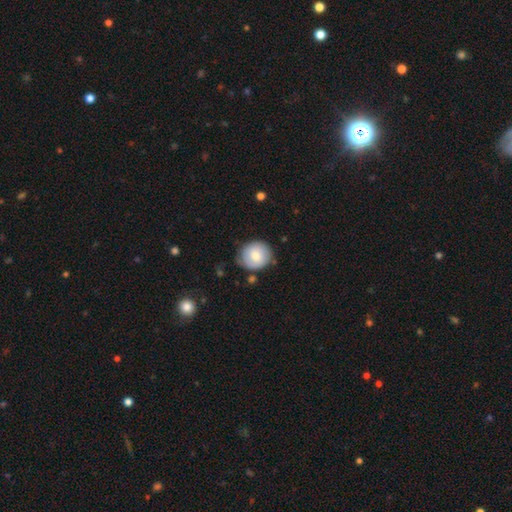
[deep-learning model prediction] Q: Smooth or featured?
A: smooth (71%); runner-up: featured or disk (23%)
Q: How rounded?
A: round (84%); runner-up: in between (15%)
Q: Merging?
A: none (73%); runner-up: minor disturbance (19%)